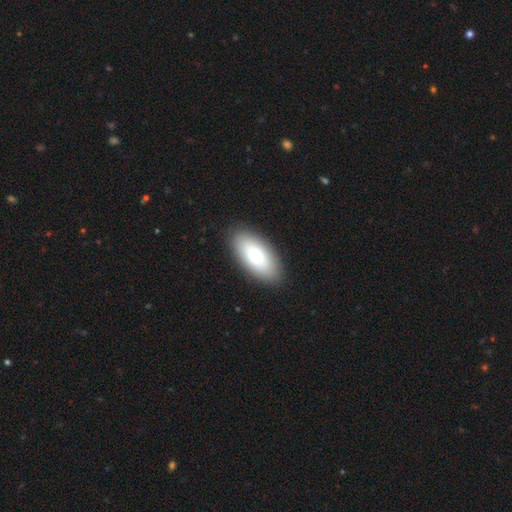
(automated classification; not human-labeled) smooth_or_featured: smooth (p=0.72) [alt: featured or disk p=0.21]
how_rounded: in between (p=0.91) [alt: cigar-shaped p=0.05]
merging: none (p=0.88) [alt: minor disturbance p=0.08]